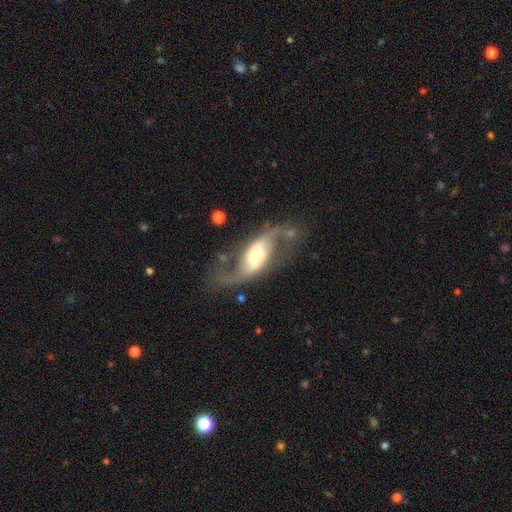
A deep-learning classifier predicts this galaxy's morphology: type=featured or disk (88%); edge-on=no (95%); bar=strong (39%); spiral arms=yes (95%); winding=loose (74%); arm count=2 (93%); bulge=moderate (54%); merging=none (70%).